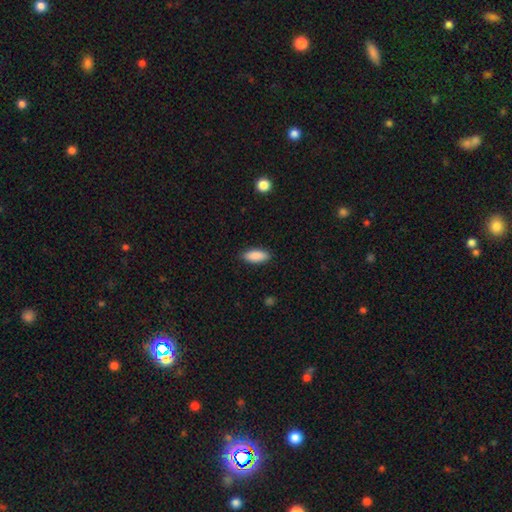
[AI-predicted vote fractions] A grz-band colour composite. It shows a smooth galaxy with no disk features (89%) that is in between round and cigar-shaped (80%). Merging: none (88%).